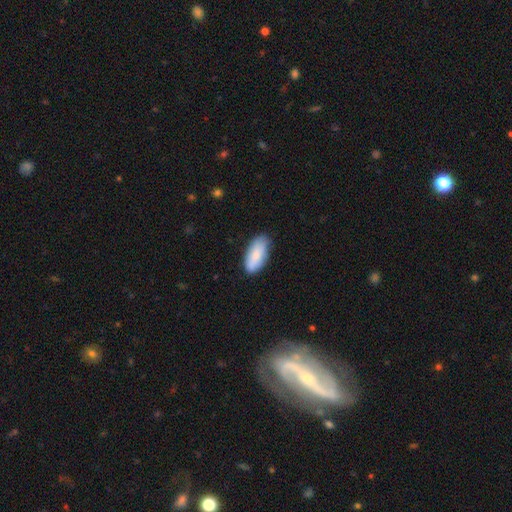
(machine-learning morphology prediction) This appears to be a smooth galaxy with no disk features (81%) that is in between round and cigar-shaped (91%). Merging: none (78%).